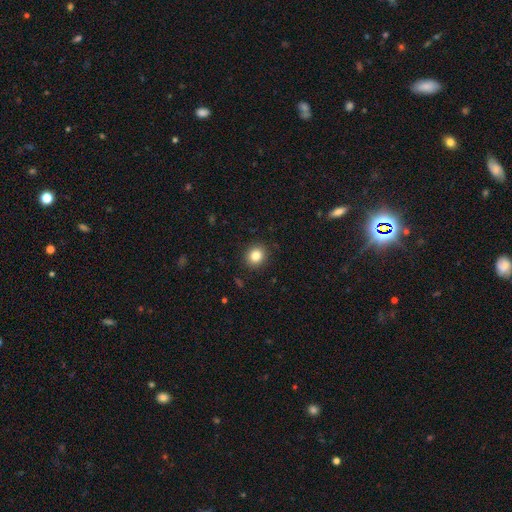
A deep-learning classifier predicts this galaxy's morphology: smooth 84%, star or artifact 10%, featured or disk 6%. Down the decision tree: how rounded — round (79%); merging — none (90%).